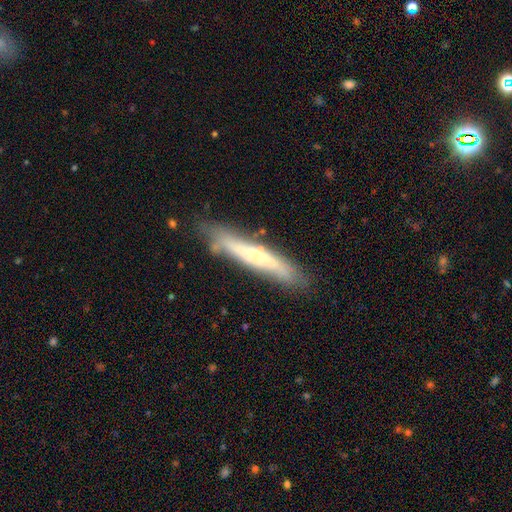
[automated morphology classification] Smooth or featured?
  - featured or disk: 50% *
  - smooth: 44%
  - star or artifact: 7%
Merging?
  - none: 74% *
  - minor disturbance: 18%
  - major disturbance: 4%
  - merger: 3%